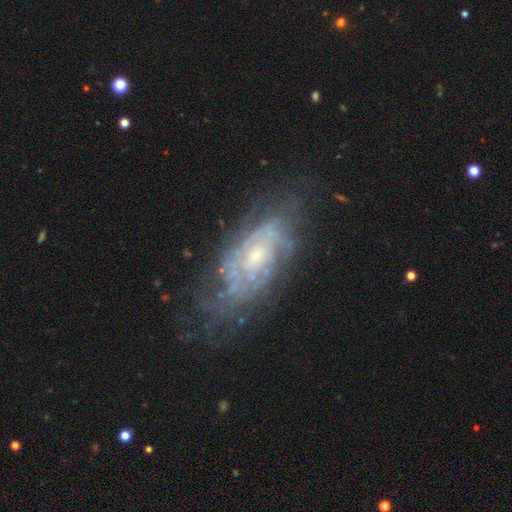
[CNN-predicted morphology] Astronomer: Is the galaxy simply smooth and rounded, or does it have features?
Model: featured or disk — 77%.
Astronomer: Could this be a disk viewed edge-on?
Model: no — 90%.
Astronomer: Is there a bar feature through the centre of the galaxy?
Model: no — 72%.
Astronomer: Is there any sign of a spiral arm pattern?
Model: yes — 77%.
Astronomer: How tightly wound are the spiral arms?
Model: tight — 63%.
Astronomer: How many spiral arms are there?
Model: can't tell — 63%.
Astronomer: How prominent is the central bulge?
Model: moderate — 47% (runner-up: small, 43%).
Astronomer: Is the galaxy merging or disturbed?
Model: none — 63%.